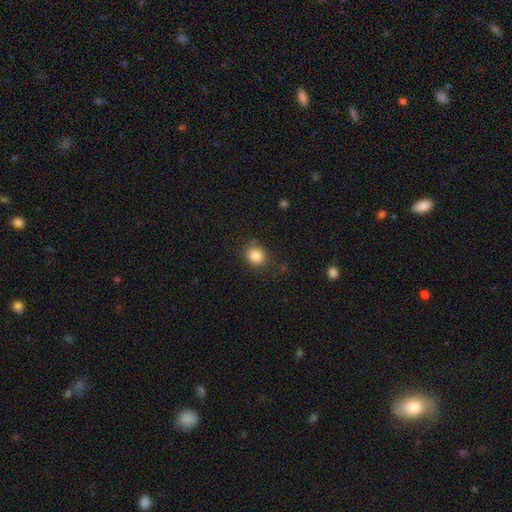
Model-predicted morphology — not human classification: smooth 84%, star or artifact 10%, featured or disk 6%. Down the decision tree: how rounded — round (66%); merging — none (81%).